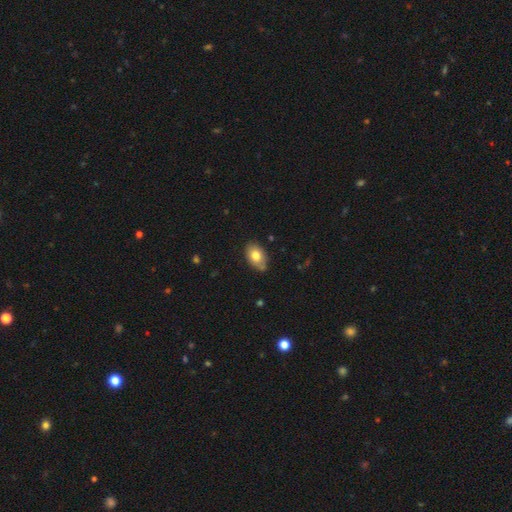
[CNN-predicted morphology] smooth-or-featured: smooth: 78% | featured or disk: 14% | star or artifact: 7%
  how-rounded: in between: 89% | round: 10% | cigar-shaped: 1%
  merging: none: 75% | minor disturbance: 19% | major disturbance: 3% | merger: 2%